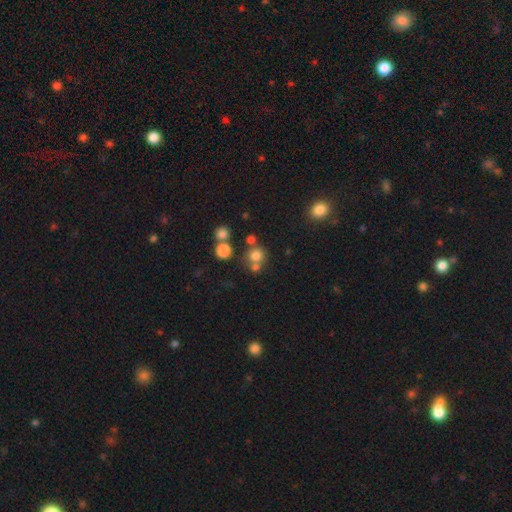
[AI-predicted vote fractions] Overall: smooth (73%). How rounded: round (88%). Merging: none (62%; merger 25%).